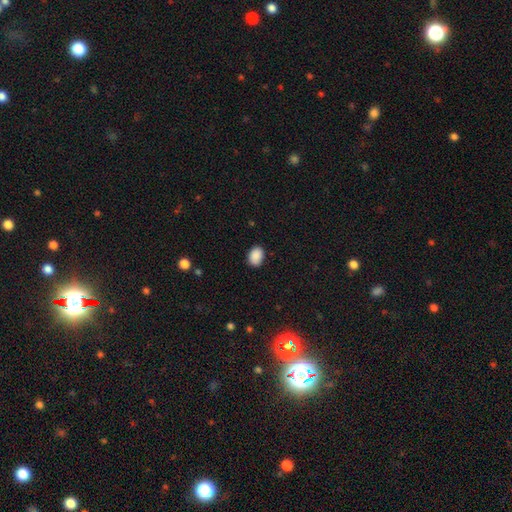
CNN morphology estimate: A smooth galaxy with no disk features (89%) that is in between round and cigar-shaped (76%). Merging: none (87%).